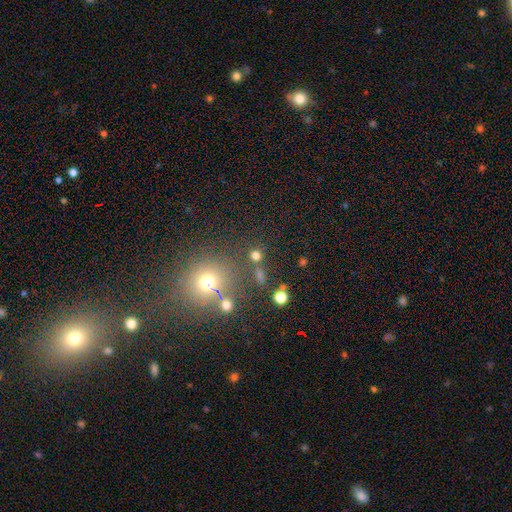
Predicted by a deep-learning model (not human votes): Smooth or featured? Predicted: smooth (p=0.70). How rounded? Predicted: round (p=0.83). Merging? Predicted: none (p=0.73).